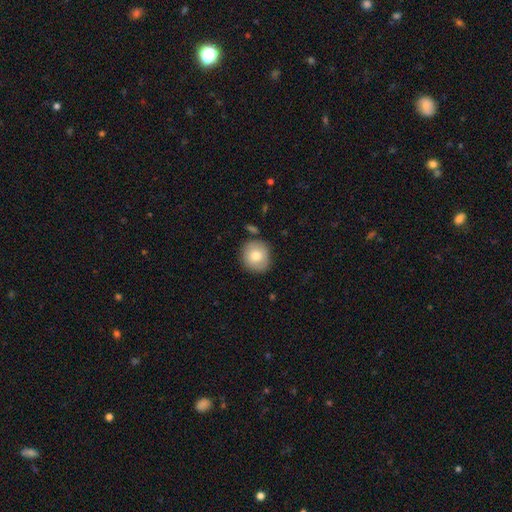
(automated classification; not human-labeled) Overall: smooth (78%). How rounded: round (90%). Merging: none (83%).